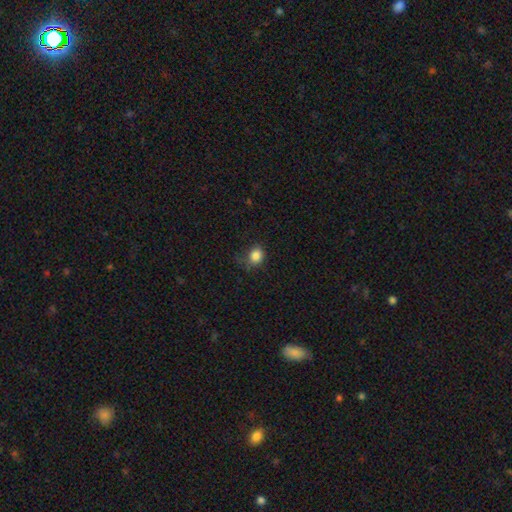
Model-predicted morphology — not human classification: The model was most divided on "how rounded": round: 64%, in between: 35%, cigar-shaped: 1%. More confident: smooth or featured — smooth (84%); merging — none (66%).